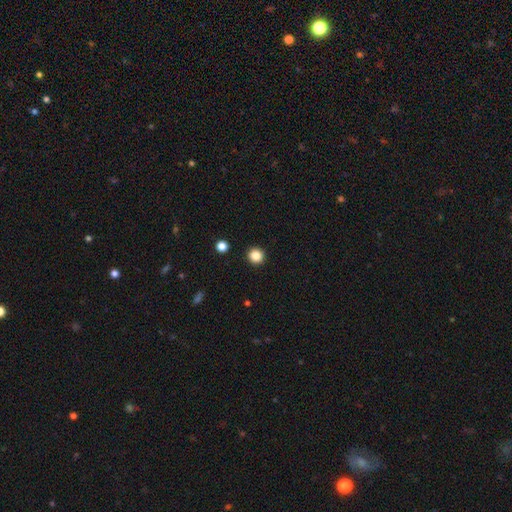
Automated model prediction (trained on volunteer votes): This is clearly a smooth galaxy (85%). How rounded: clearly round (94%). Merging: clearly none (93%).